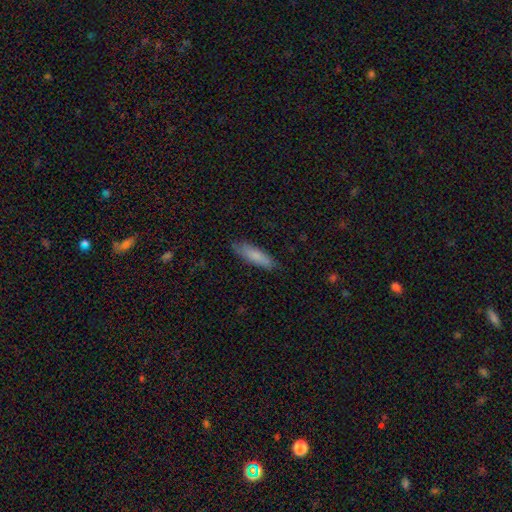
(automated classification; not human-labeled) smooth 80%, featured or disk 14%, star or artifact 6%. Down the decision tree: how rounded — cigar-shaped (64%); merging — none (81%).